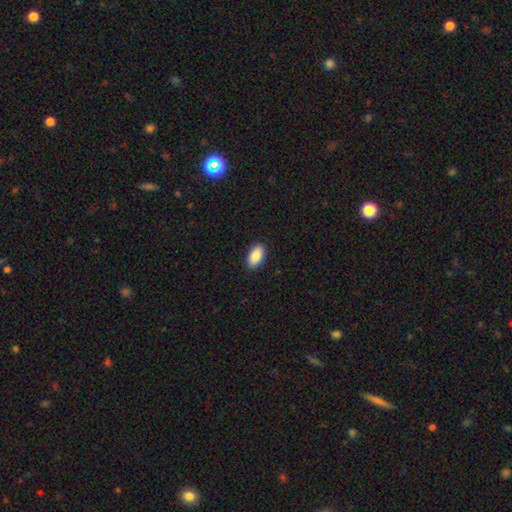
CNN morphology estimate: Overall: smooth (89%). How rounded: in between (94%). Merging: none (90%).